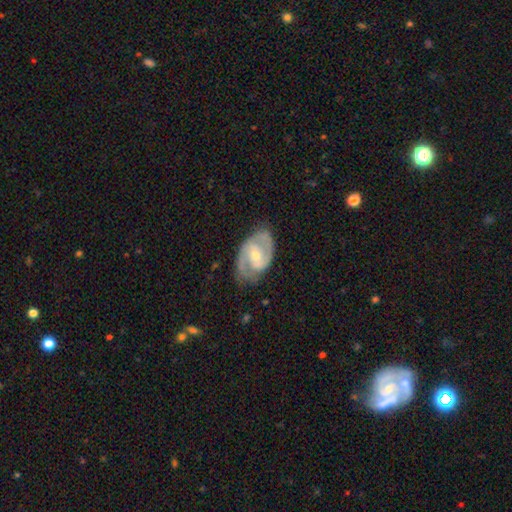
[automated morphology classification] Overall: featured or disk (88%). Edge-on disk: no (97%). Bar: weak (45%; no 37%). Spiral arms: yes (96%). Spiral arm count: 2 (90%). Spiral winding: medium (51%; tight 38%). Bulge size: moderate (50%; small 47%). Merging: none (79%).